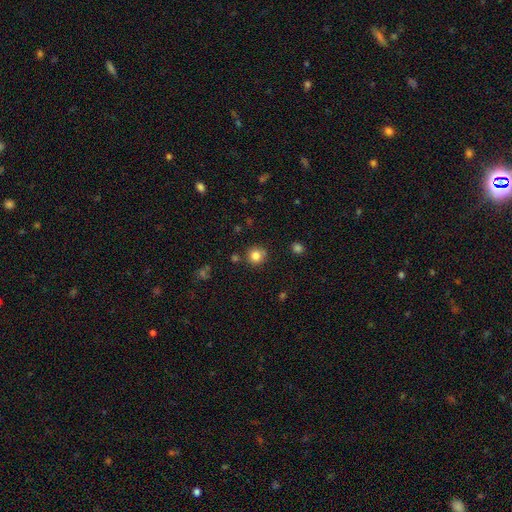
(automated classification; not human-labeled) Smooth or featured: smooth — 83% (star or artifact — 12%)
How rounded: round — 91% (in between — 8%)
Merging: none — 81% (minor disturbance — 11%)